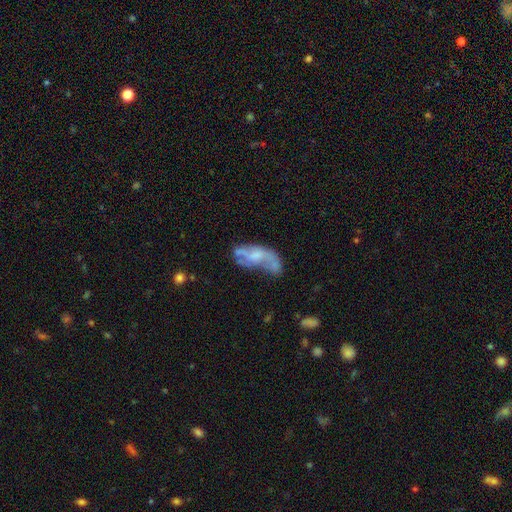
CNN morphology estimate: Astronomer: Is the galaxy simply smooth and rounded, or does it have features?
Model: featured or disk — 57% (runner-up: smooth, 34%).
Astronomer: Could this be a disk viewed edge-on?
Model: no — 92%.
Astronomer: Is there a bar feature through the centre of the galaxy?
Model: no — 71%.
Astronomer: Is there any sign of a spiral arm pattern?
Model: no — 58% (runner-up: yes, 42%).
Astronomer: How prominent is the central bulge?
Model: none — 38% (runner-up: small, 28%).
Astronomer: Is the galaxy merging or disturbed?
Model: major disturbance — 32% (runner-up: none, 29%).